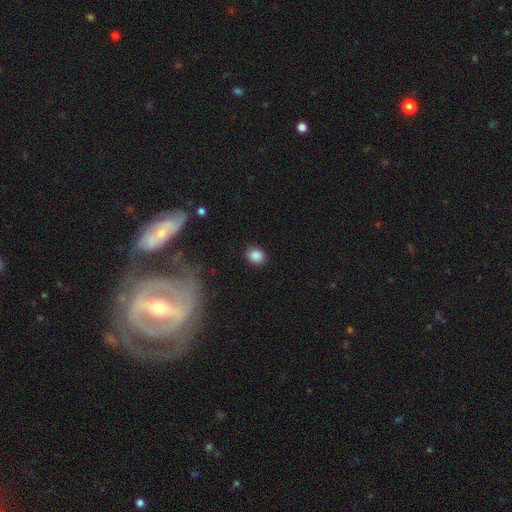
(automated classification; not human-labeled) smooth 87%, star or artifact 9%, featured or disk 4%. Down the decision tree: how rounded — round (54%); merging — none (85%).